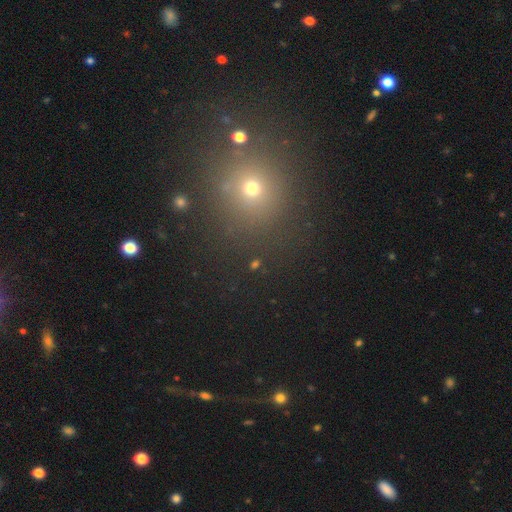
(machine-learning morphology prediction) Smooth or featured: smooth — 51% (star or artifact — 41%)
How rounded: round — 86% (in between — 13%)
Merging: none — 85% (minor disturbance — 8%)